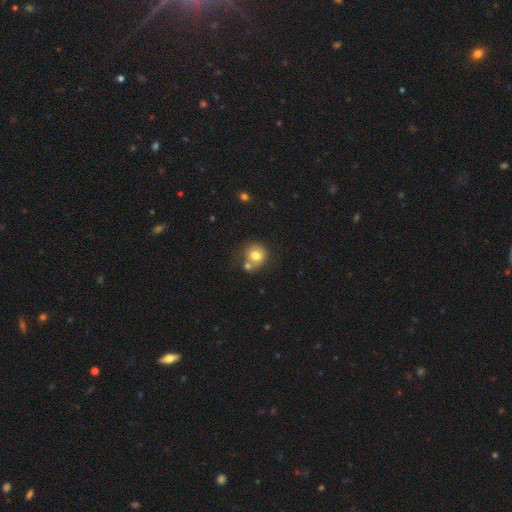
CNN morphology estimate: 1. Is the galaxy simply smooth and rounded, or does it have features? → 76% smooth, 14% featured or disk, 10% star or artifact.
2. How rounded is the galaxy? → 84% round, 15% in between, 1% cigar-shaped.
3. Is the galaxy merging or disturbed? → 50% none, 32% merger, 13% minor disturbance, 5% major disturbance.